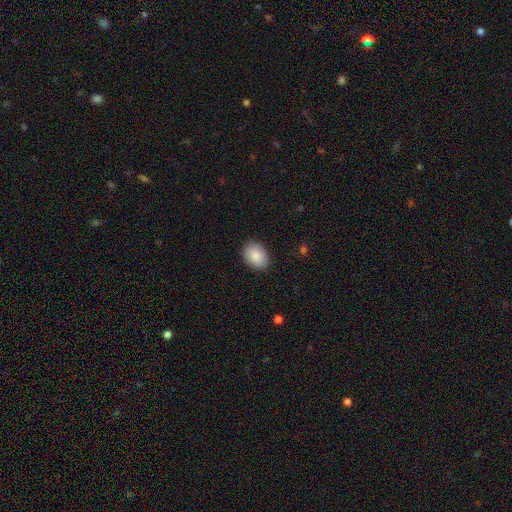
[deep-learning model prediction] Smooth or featured? Predicted: smooth (p=0.89). How rounded? Predicted: in between (p=0.75). Merging? Predicted: none (p=0.88).